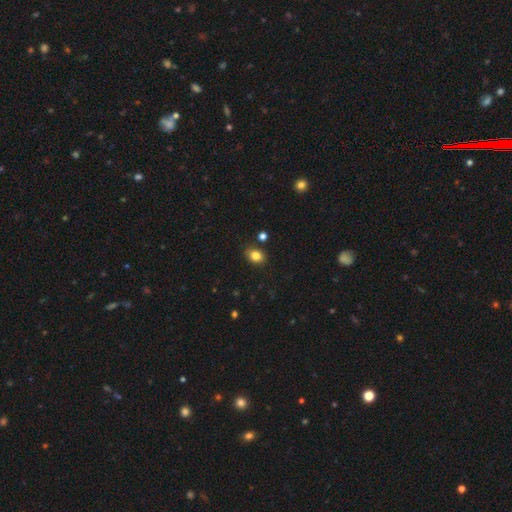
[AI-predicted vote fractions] Overall: smooth (83%). How rounded: in between (60%; round 38%). Merging: none (83%).